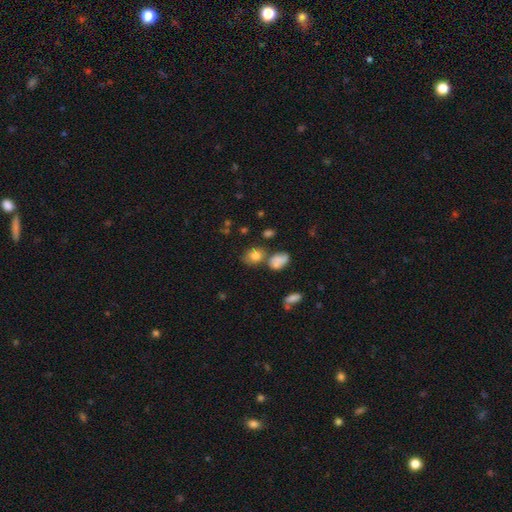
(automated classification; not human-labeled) smooth 79%, star or artifact 12%, featured or disk 9%. Down the decision tree: how rounded — round (51%); merging — none (57%).